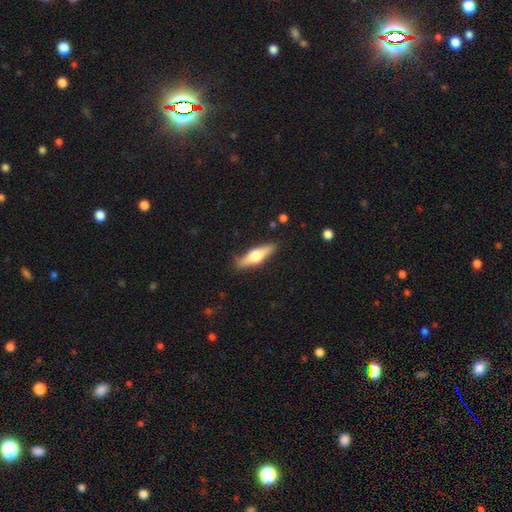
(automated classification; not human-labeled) smooth-or-featured: featured or disk: 50% | smooth: 44% | star or artifact: 6%
  disk-edge-on: yes: 91% | no: 9%
  merging: none: 86% | minor disturbance: 11% | major disturbance: 2% | merger: 2%